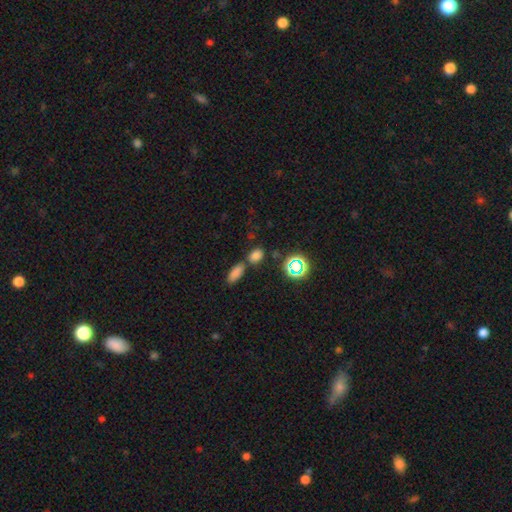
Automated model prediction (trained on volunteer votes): smooth 73%, star or artifact 21%, featured or disk 6%. Down the decision tree: how rounded — in between (72%); merging — none (61%).